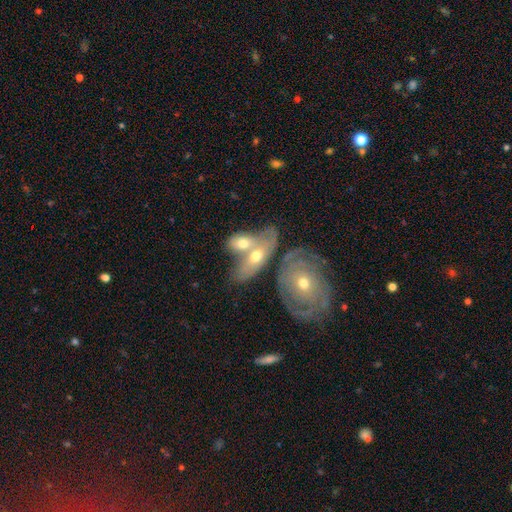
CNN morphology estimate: Smooth or featured?
  - featured or disk: 46% * (tied)
  - smooth: 46% * (tied)
  - star or artifact: 8%
Merging?
  - merger: 62% *
  - none: 23%
  - minor disturbance: 10%
  - major disturbance: 5%